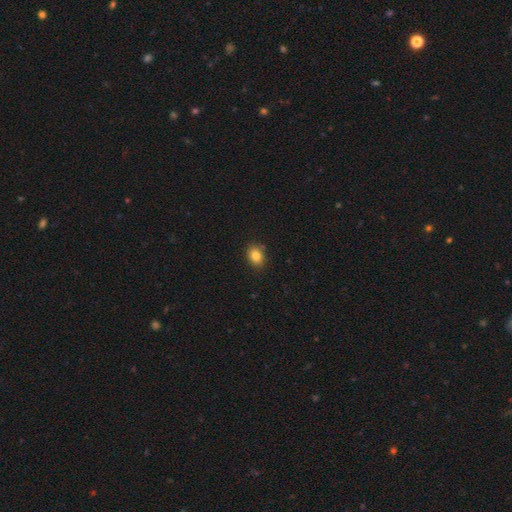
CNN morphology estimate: This is clearly a smooth galaxy (84%). How rounded: likely in between (69%). Merging: clearly none (85%).